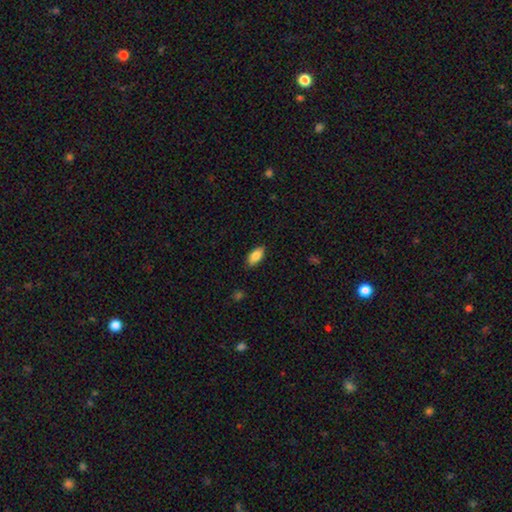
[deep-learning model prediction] This appears to be a smooth galaxy with no disk features (85%) that is in between round and cigar-shaped (91%). Merging: none (86%).